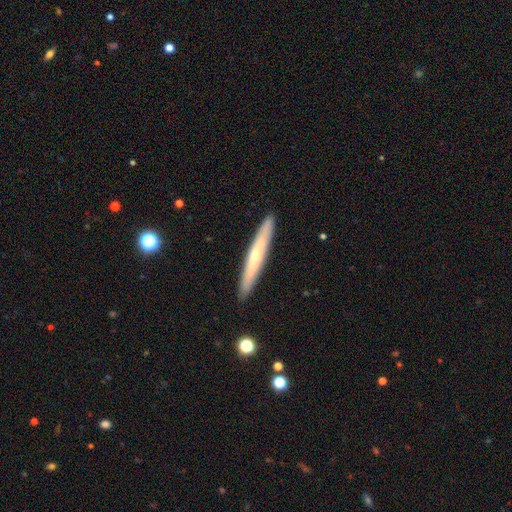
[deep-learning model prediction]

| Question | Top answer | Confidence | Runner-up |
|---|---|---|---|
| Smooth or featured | featured or disk | 50% | smooth (44%) |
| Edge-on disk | yes | 93% | no (7%) |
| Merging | none | 92% | minor disturbance (6%) |